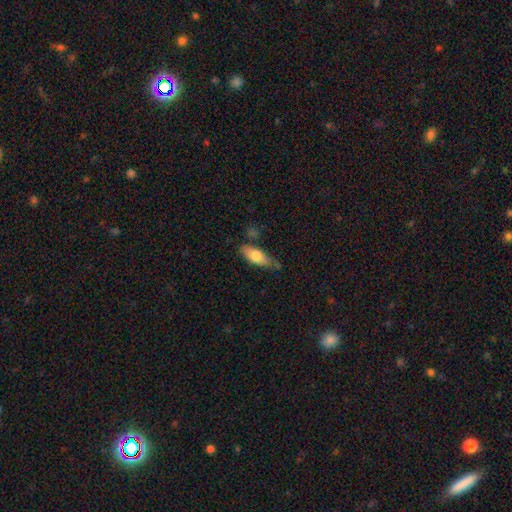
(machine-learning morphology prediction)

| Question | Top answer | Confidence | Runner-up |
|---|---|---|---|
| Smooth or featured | smooth | 72% | featured or disk (22%) |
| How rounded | in between | 72% | cigar-shaped (25%) |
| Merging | none | 56% | minor disturbance (30%) |